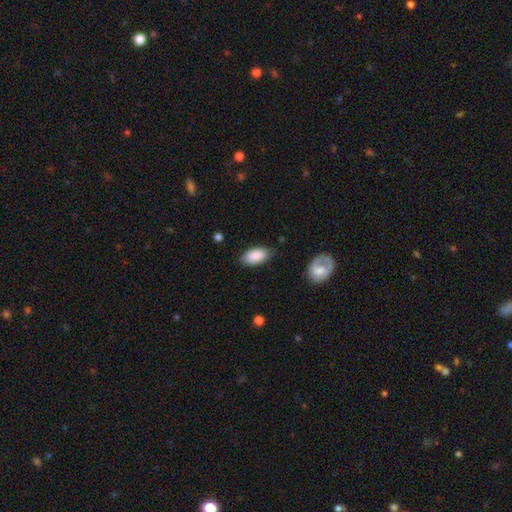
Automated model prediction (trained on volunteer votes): Morphology: type=smooth (88%); roundness=in between (94%); merging=none (80%).